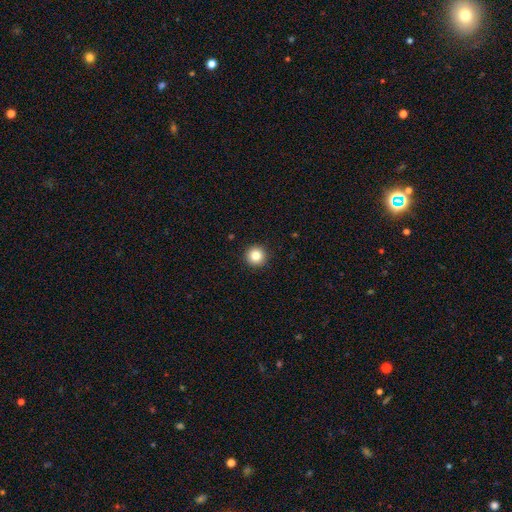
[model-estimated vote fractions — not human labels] Q: Smooth or featured?
A: smooth (83%); runner-up: star or artifact (11%)
Q: How rounded?
A: round (96%); runner-up: in between (3%)
Q: Merging?
A: none (93%); runner-up: minor disturbance (5%)